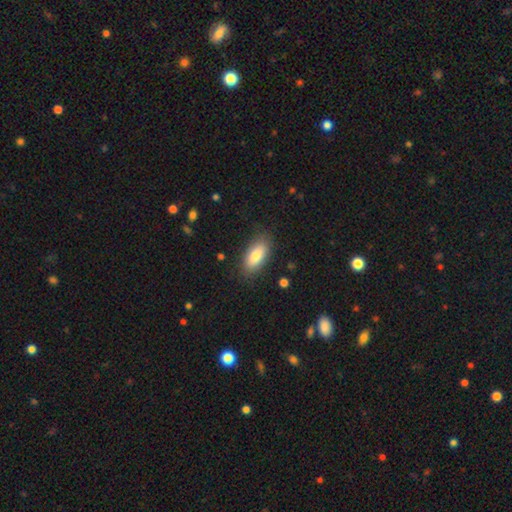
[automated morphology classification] Overall: smooth (79%). How rounded: in between (87%). Merging: none (83%).